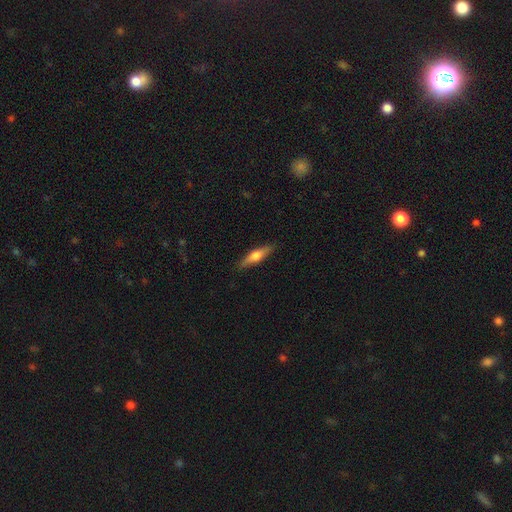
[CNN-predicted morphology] A smooth galaxy with no disk features (50%) that is cigar-shaped (69%). Merging: none (88%).